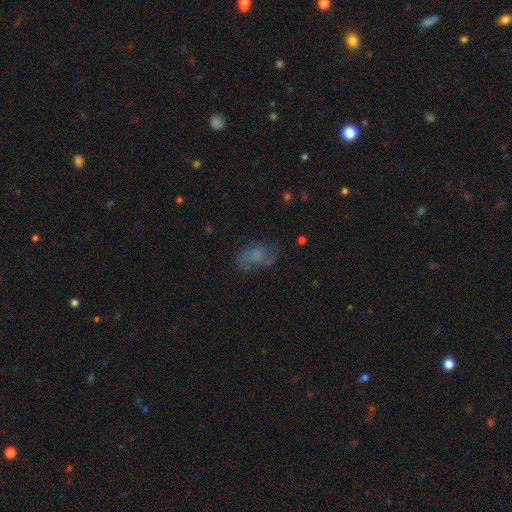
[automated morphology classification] smooth-or-featured: smooth: 55% | featured or disk: 31% | star or artifact: 14%
  how-rounded: in between: 87% | round: 10% | cigar-shaped: 3%
  merging: none: 56% | minor disturbance: 23% | major disturbance: 17% | merger: 3%